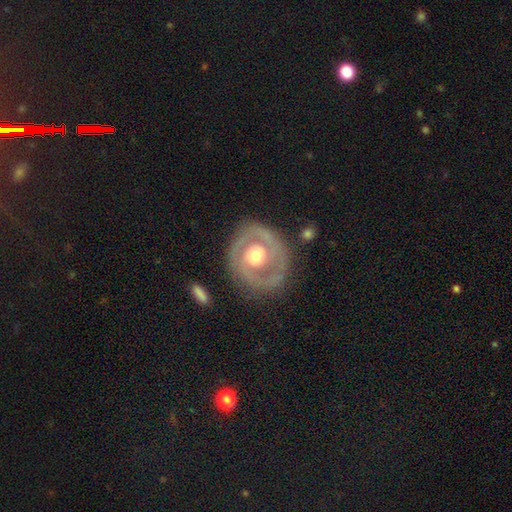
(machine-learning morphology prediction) Smooth or featured? featured or disk (72%)
Edge-on disk? no (96%)
Bar? no (74%)
Spiral arms? yes (53%)
Bulge size? moderate (68%)
Merging? none (77%)